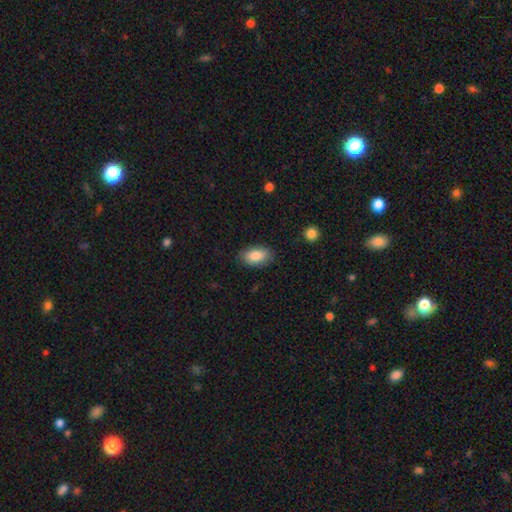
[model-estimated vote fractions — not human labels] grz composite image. It shows a smooth galaxy with no disk features (85%) that is in between round and cigar-shaped (93%). Merging: none (84%).